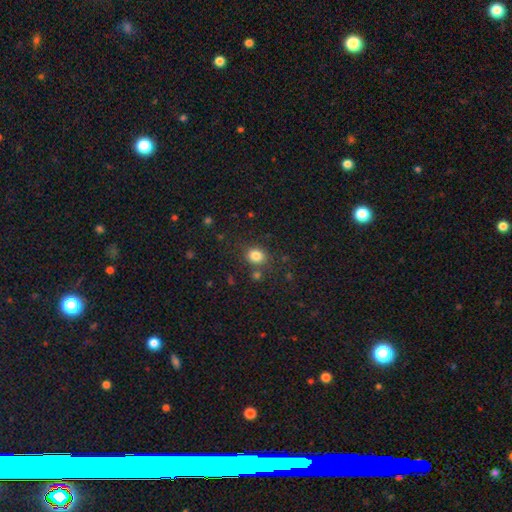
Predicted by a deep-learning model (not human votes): Morphology: type=smooth (82%); roundness=round (65%); merging=none (77%).